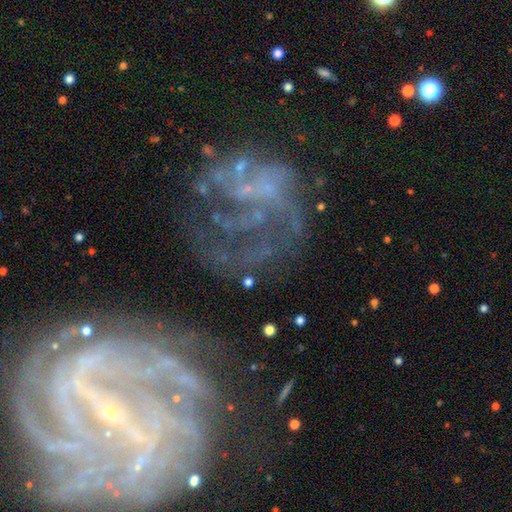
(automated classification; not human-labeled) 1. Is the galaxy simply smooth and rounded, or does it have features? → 73% featured or disk, 17% star or artifact, 10% smooth.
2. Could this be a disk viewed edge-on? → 98% no, 2% yes.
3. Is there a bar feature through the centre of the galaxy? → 64% no, 22% weak, 14% strong.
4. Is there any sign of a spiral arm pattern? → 67% yes, 33% no.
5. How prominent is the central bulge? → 57% none, 32% small, 8% moderate, 2% large, 1% dominant.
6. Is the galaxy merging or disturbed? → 39% none, 37% major disturbance, 16% minor disturbance, 9% merger.